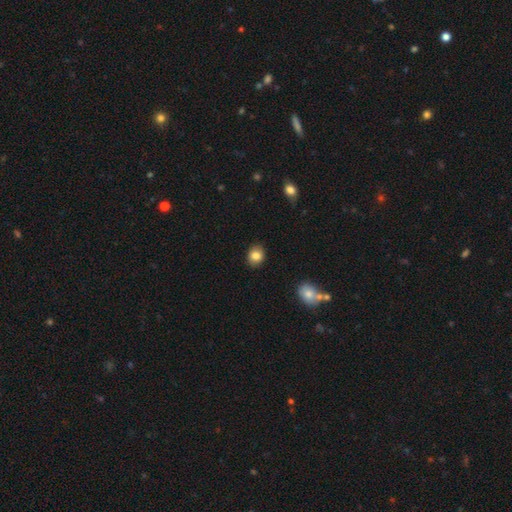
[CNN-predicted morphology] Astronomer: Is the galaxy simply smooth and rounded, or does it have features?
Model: smooth — 85%.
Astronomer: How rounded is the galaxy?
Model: round — 56% (runner-up: in between, 43%).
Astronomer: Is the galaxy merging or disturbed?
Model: none — 87%.